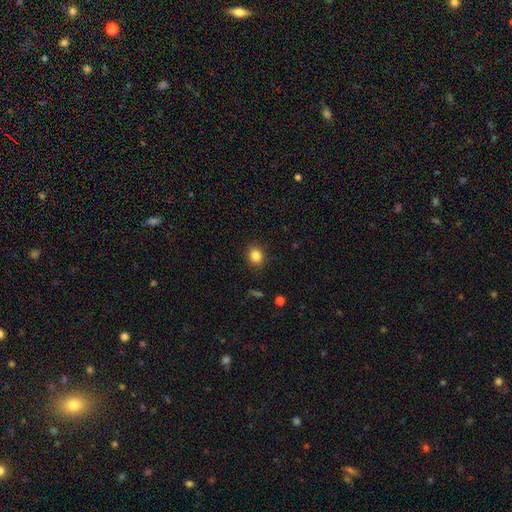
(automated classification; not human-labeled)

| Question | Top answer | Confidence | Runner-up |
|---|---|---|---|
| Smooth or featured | smooth | 84% | star or artifact (11%) |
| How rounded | round | 63% | in between (36%) |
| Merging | none | 89% | minor disturbance (8%) |